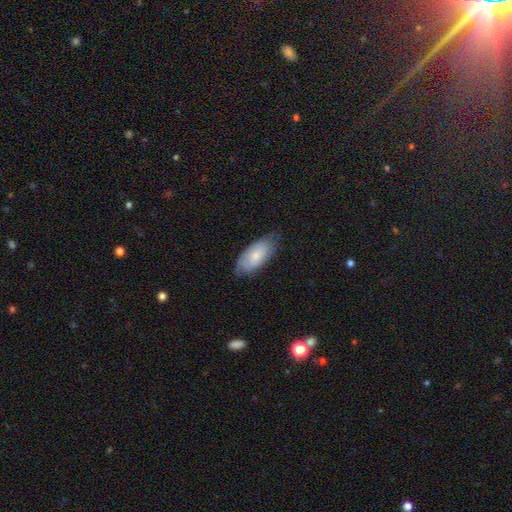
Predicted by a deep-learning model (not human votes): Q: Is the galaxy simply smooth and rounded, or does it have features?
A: smooth — 67%.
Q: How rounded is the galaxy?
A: in between — 89%.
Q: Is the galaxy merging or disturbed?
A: none — 70%.